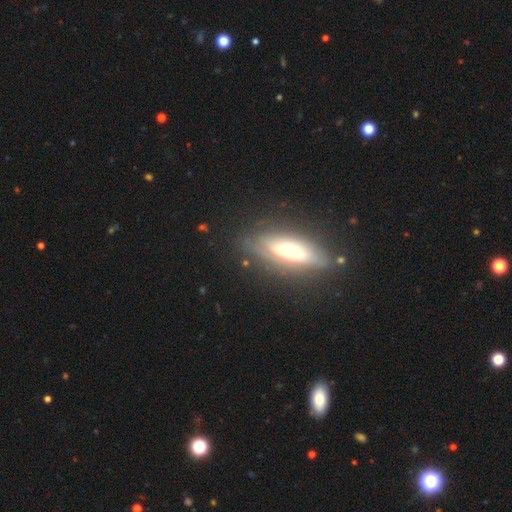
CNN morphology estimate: smooth_or_featured: featured or disk (p=0.57) [alt: smooth p=0.34]
disk_edge_on: yes (p=0.64) [alt: no p=0.36]
merging: none (p=0.79) [alt: minor disturbance p=0.14]